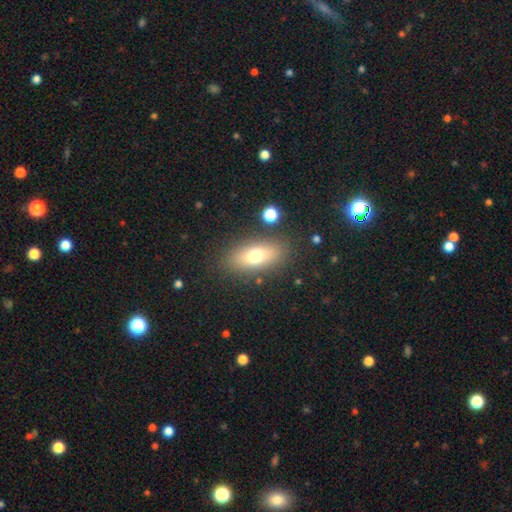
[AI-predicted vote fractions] smooth 69%, featured or disk 21%, star or artifact 10%. Down the decision tree: how rounded — in between (79%); merging — none (84%).